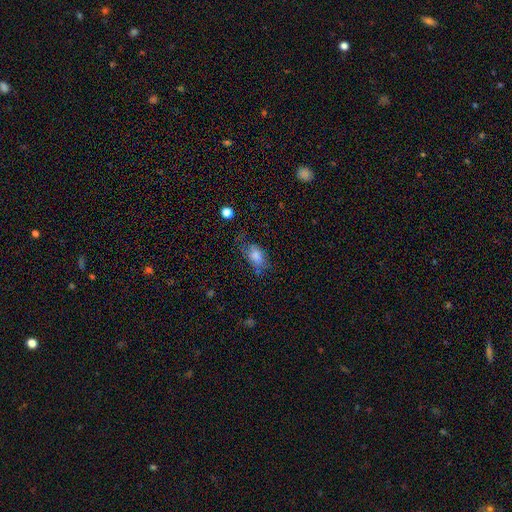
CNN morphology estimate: Smooth or featured? smooth (71%)
How rounded? in between (87%)
Merging? none (50%)